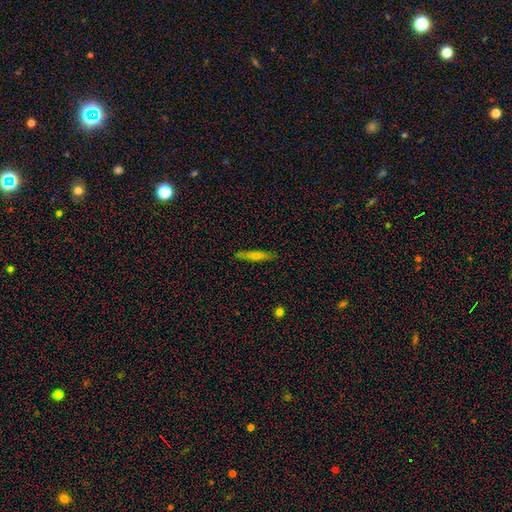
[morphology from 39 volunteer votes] smooth_or_featured: smooth (p=0.49) [alt: featured or disk p=0.46]
how_rounded: cigar-shaped (p=0.84) [alt: in between p=0.16]
merging: none (p=1.00)